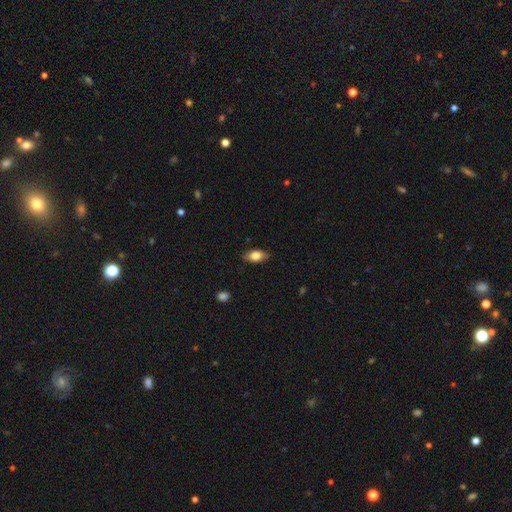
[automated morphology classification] smooth 76%, featured or disk 17%, star or artifact 7%. Down the decision tree: how rounded — in between (87%); merging — none (85%).